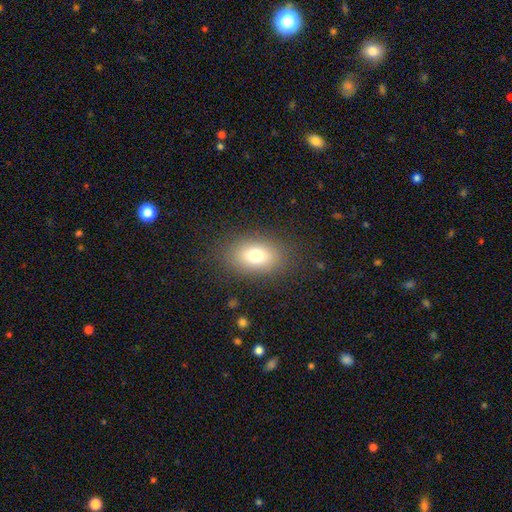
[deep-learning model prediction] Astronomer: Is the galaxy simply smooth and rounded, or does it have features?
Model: smooth — 75%.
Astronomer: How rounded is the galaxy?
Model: in between — 80%.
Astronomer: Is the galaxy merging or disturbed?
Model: none — 84%.